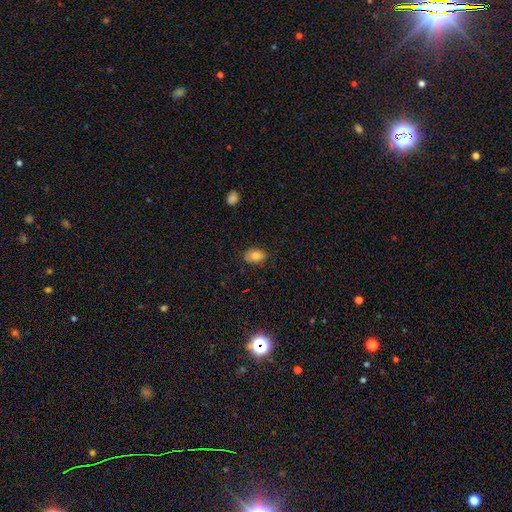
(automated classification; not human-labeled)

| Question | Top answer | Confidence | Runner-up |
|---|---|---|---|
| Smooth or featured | smooth | 80% | featured or disk (11%) |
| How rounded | in between | 87% | round (11%) |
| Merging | none | 83% | minor disturbance (13%) |